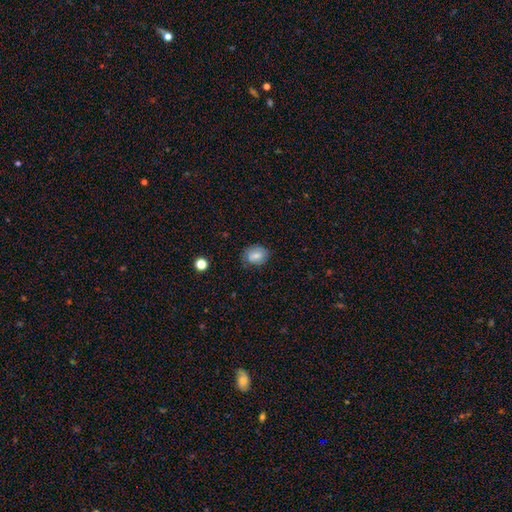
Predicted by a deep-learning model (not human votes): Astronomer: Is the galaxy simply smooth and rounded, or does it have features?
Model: smooth — 72%.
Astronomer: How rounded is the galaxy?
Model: in between — 55% (runner-up: round, 44%).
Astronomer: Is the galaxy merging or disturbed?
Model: none — 76%.